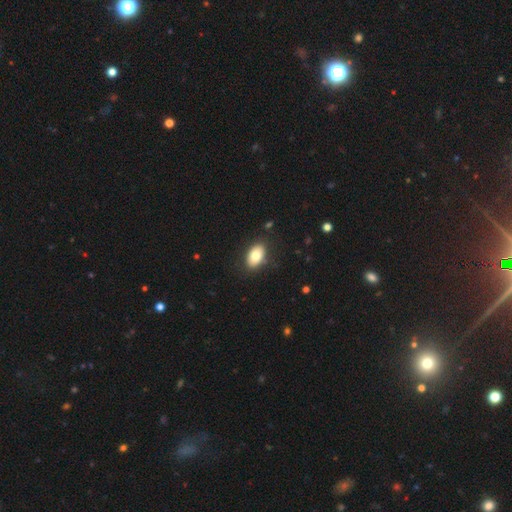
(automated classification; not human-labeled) Smooth or featured? Predicted: smooth (p=0.80). How rounded? Predicted: in between (p=0.91). Merging? Predicted: none (p=0.85).